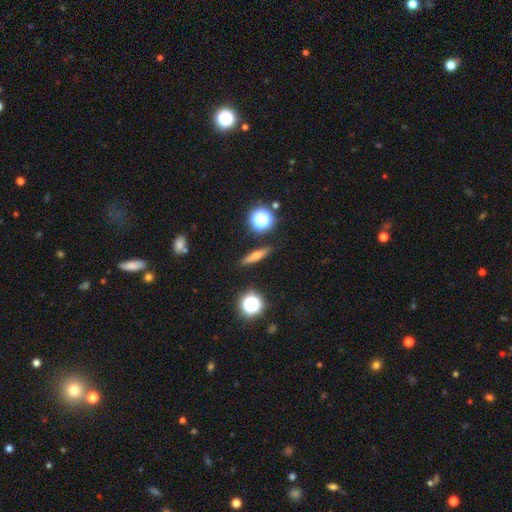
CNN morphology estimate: Smooth or featured: smooth — 53% (featured or disk — 33%)
How rounded: cigar-shaped — 71% (in between — 16%)
Merging: none — 90% (minor disturbance — 7%)